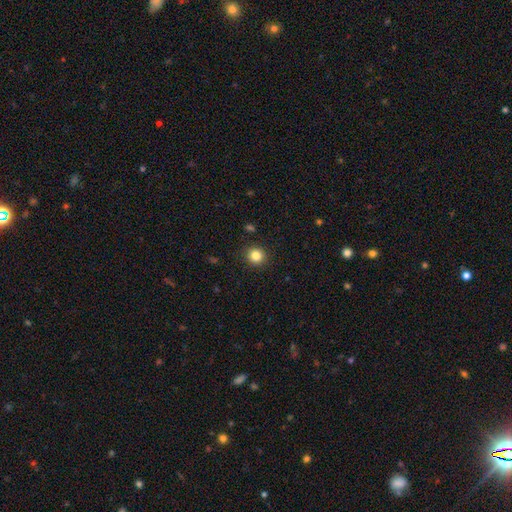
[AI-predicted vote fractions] A smooth galaxy with no disk features (83%) that is round (92%). Merging: none (91%).